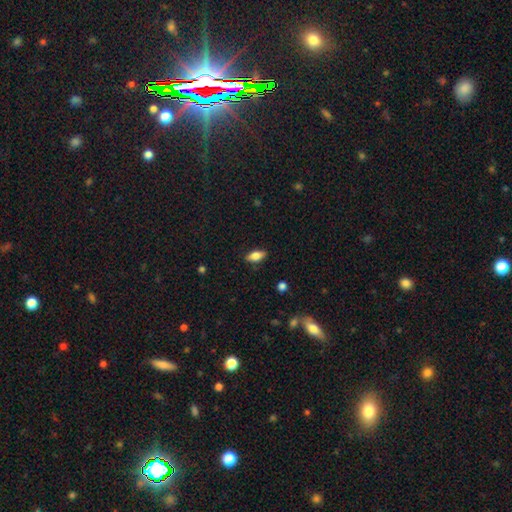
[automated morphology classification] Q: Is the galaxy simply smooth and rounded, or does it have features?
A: smooth — 77%.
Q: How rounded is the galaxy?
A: in between — 85%.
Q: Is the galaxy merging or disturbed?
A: none — 86%.